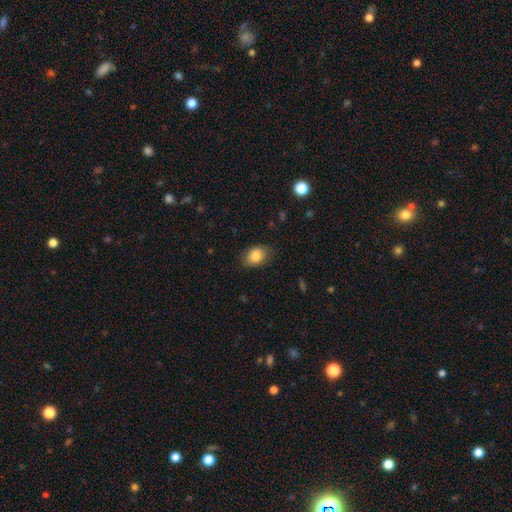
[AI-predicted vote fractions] Smooth or featured: smooth — 84% (featured or disk — 8%)
How rounded: in between — 73% (round — 26%)
Merging: none — 78% (minor disturbance — 17%)